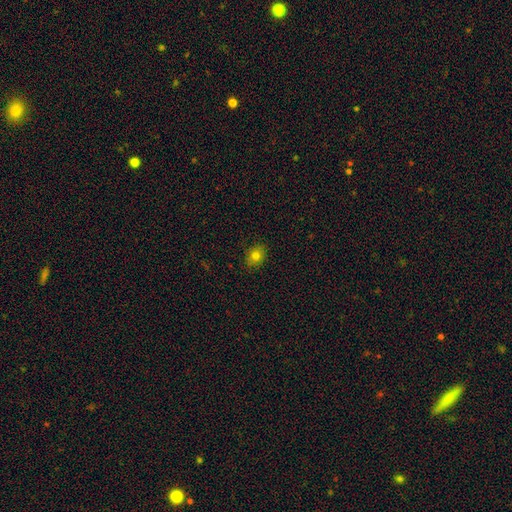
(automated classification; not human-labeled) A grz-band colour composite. It shows a smooth galaxy with no disk features (78%) that is in between round and cigar-shaped (53%). Merging: none (87%).